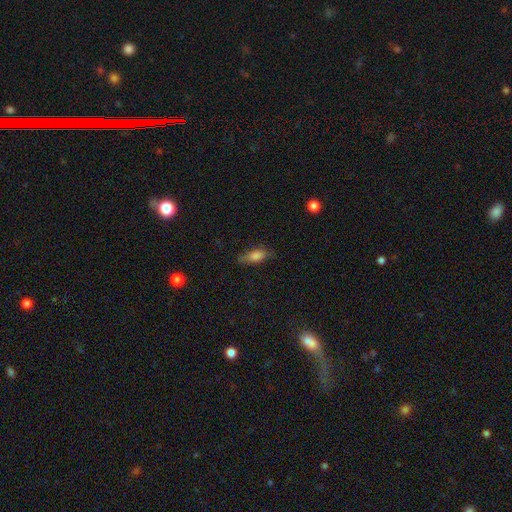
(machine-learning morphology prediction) This appears to be a smooth galaxy with no disk features (79%) that is in between round and cigar-shaped (76%). Merging: none (71%).